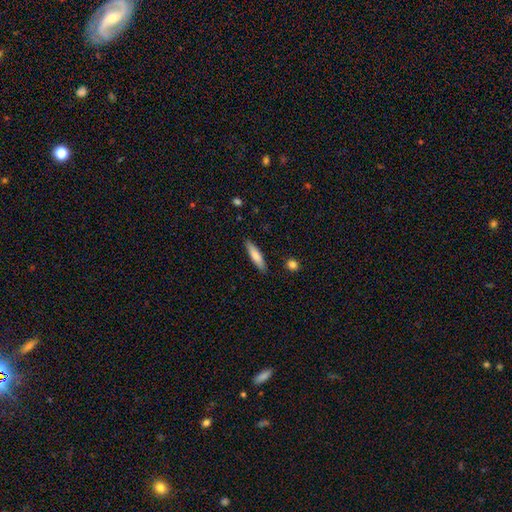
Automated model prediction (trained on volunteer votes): Overall: smooth (80%). How rounded: cigar-shaped (75%). Merging: none (88%).